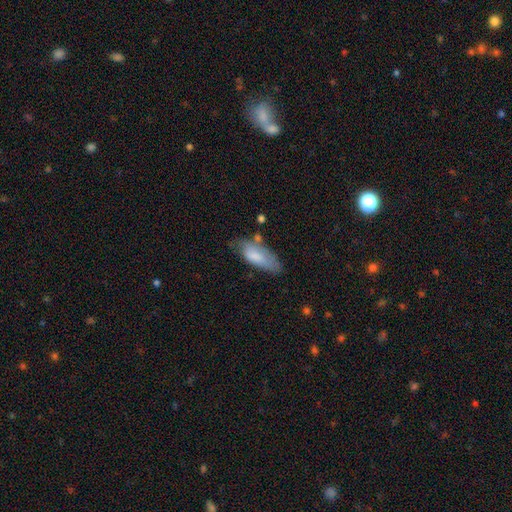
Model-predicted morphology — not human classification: Overall: smooth (78%). How rounded: in between (75%). Merging: none (50%; minor disturbance 33%).